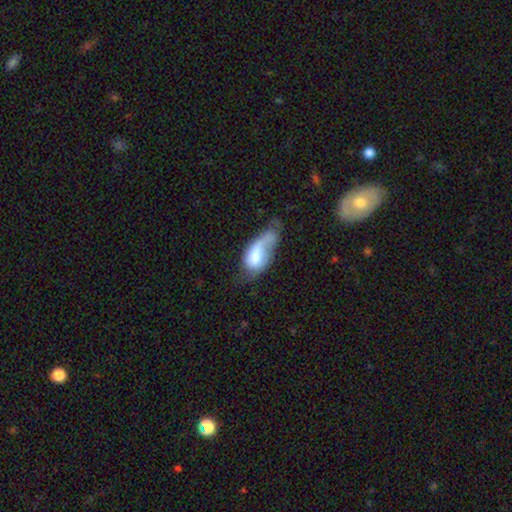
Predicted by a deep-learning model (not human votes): This is possibly a smooth galaxy (56%). How rounded: clearly in between (89%). Merging: marginally major disturbance (43%).